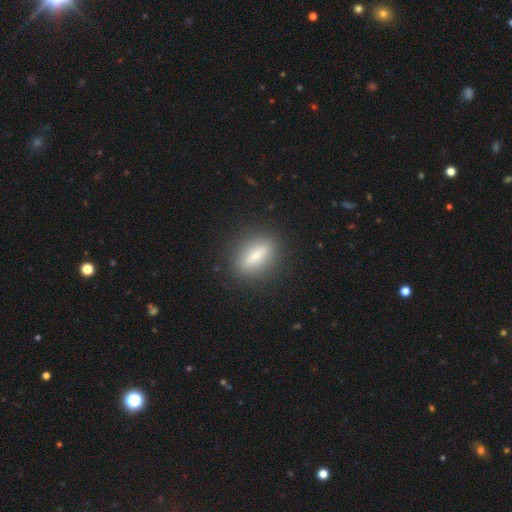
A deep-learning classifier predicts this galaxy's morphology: This appears to be a smooth galaxy with no disk features (54%) that is in between round and cigar-shaped (51%). Merging: none (87%).